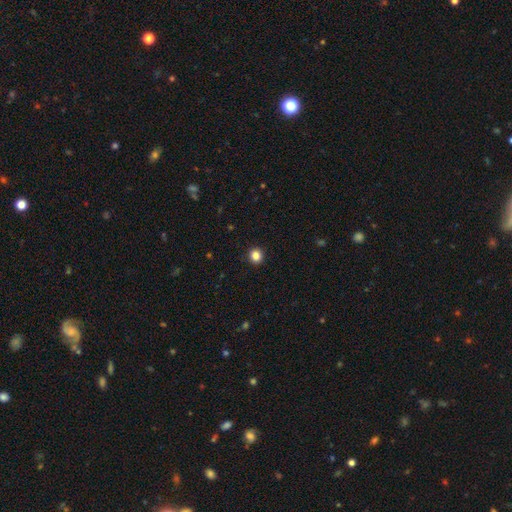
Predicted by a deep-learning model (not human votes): Smooth or featured? smooth (85%)
How rounded? round (90%)
Merging? none (93%)